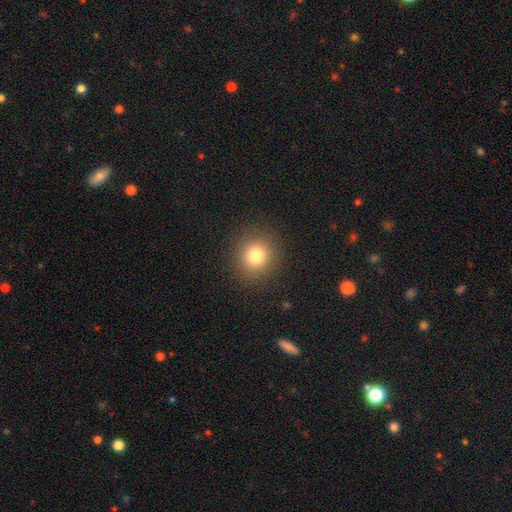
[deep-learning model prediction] Smooth or featured?
  - smooth: 79% *
  - star or artifact: 13%
  - featured or disk: 8%
How rounded?
  - round: 88% *
  - in between: 11%
  - cigar-shaped: 1%
Merging?
  - none: 90% *
  - minor disturbance: 6%
  - major disturbance: 3%
  - merger: 1%